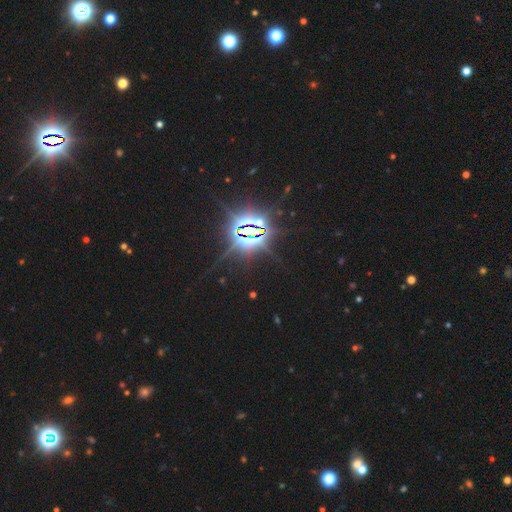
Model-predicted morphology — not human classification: This is clearly a star or artifact rather than a galaxy (86%).